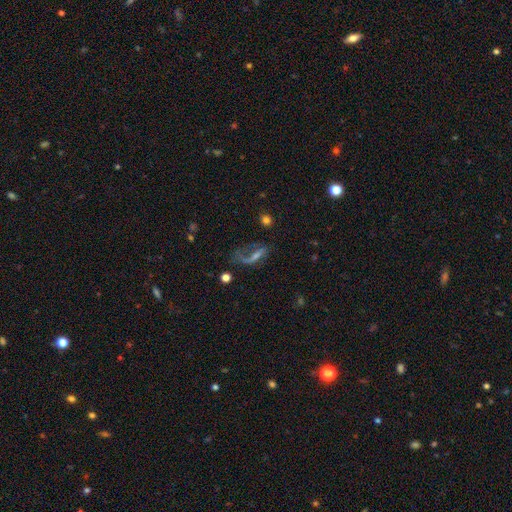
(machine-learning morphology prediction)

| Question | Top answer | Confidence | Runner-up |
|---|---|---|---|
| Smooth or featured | featured or disk | 55% | smooth (26%) |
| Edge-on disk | no | 83% | yes (17%) |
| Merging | major disturbance | 43% | none (34%) |